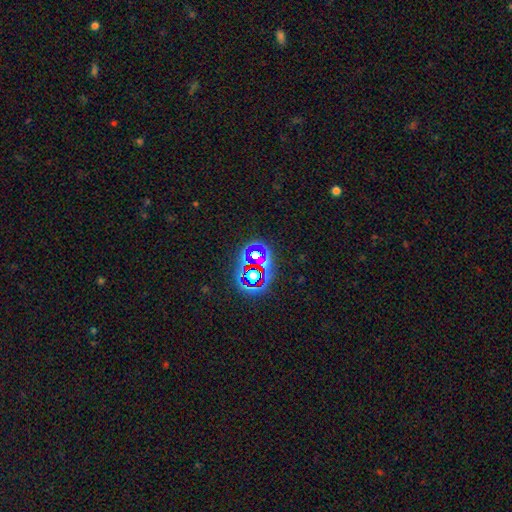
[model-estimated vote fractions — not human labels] star or artifact 64%, smooth 22%, featured or disk 14%.